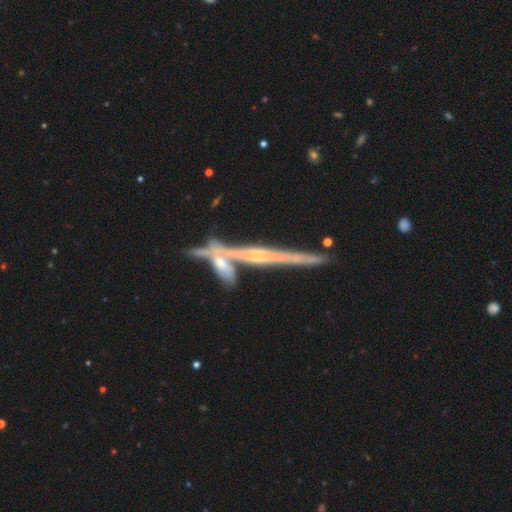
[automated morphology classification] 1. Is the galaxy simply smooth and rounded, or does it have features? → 78% featured or disk, 13% smooth, 9% star or artifact.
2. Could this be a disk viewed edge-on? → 93% yes, 7% no.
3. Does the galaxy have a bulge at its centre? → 49% rounded, 39% none, 12% boxy.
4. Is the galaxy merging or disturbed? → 48% none, 37% merger, 10% minor disturbance, 5% major disturbance.